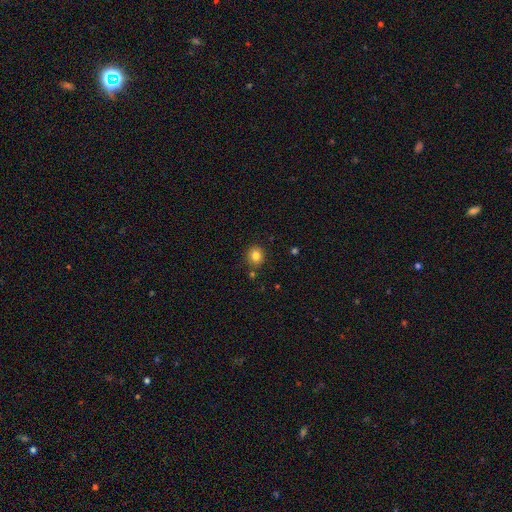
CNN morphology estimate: This is clearly a smooth galaxy (82%). How rounded: clearly round (81%). Merging: clearly none (85%).